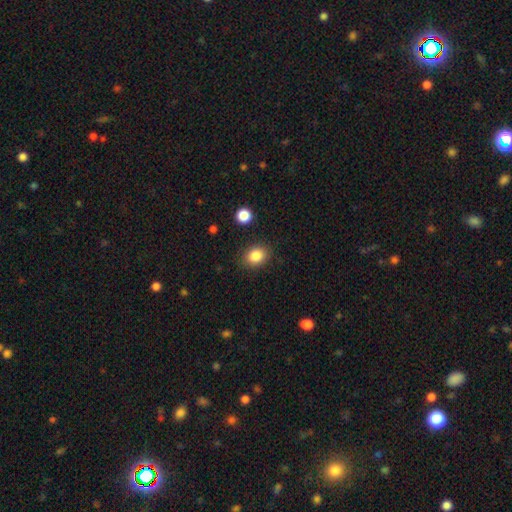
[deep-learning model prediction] Morphology: type=smooth (85%); roundness=in between (57%); merging=none (85%).